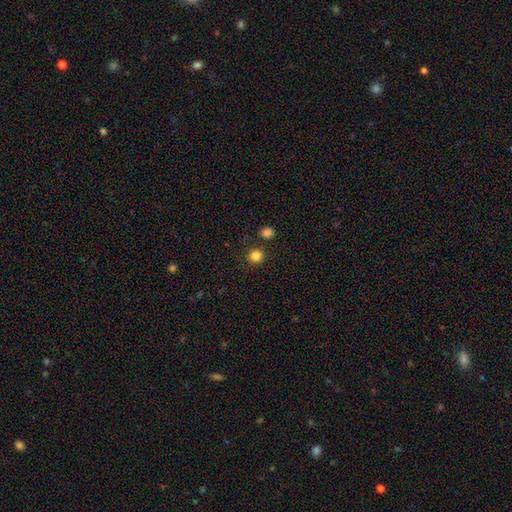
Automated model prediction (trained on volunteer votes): This appears to be a smooth galaxy with no disk features (83%) that is round (94%). Merging: none (86%).